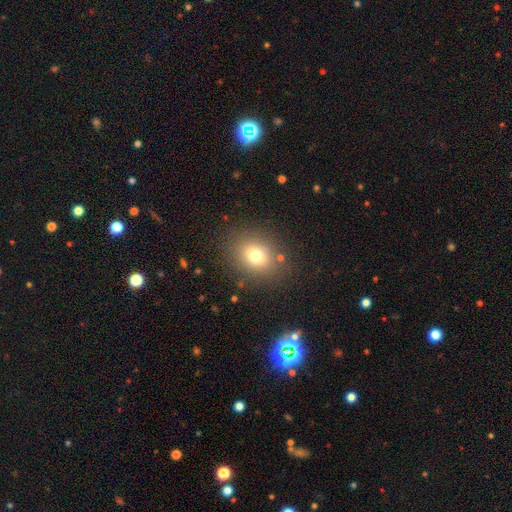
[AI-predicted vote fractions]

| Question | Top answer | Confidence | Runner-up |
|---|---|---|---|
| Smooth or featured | smooth | 74% | star or artifact (14%) |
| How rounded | round | 59% | in between (40%) |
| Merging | none | 84% | minor disturbance (9%) |